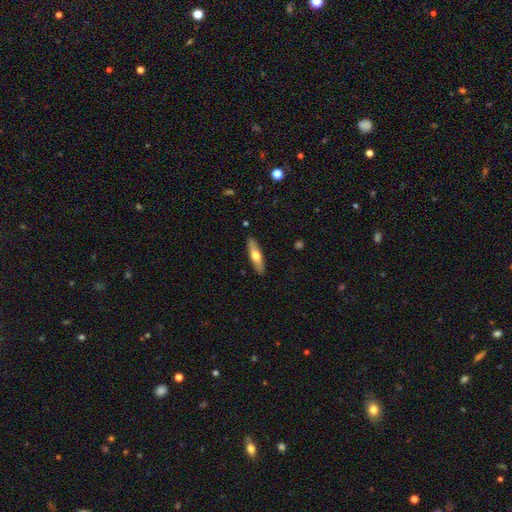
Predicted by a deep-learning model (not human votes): Morphology: type=smooth (57%); roundness=cigar-shaped (67%); merging=none (89%).